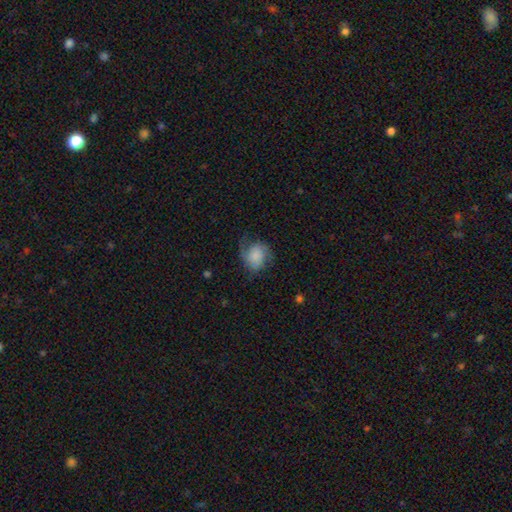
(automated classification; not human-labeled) Morphology: type=smooth (47%); merging=none (58%).